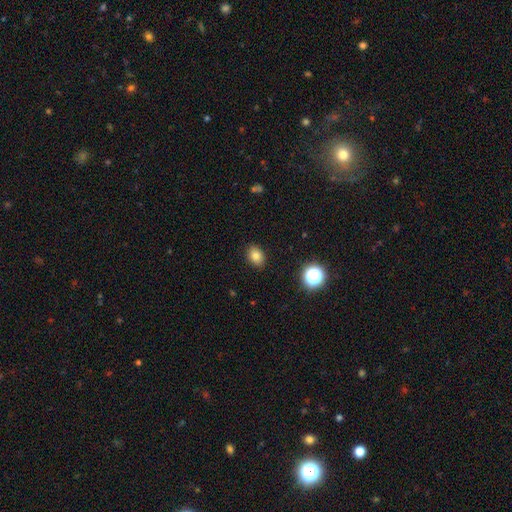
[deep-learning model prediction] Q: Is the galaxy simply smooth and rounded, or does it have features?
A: smooth — 82%.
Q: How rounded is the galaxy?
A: in between — 66%.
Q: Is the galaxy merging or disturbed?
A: none — 88%.